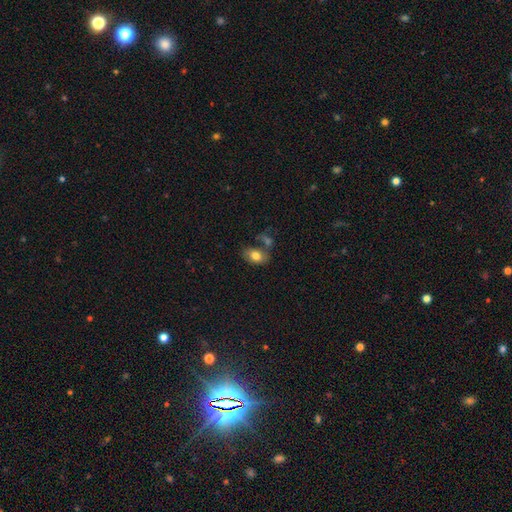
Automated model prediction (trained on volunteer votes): A smooth galaxy with no disk features (76%) that is in between round and cigar-shaped (85%).

Vote fractions:
- Smooth or featured? smooth: 76% / featured or disk: 16% / star or artifact: 8%
- How rounded? in between: 85% / round: 14% / cigar-shaped: 2%
- Merging? none: 51% / merger: 24% / minor disturbance: 17% / major disturbance: 8%